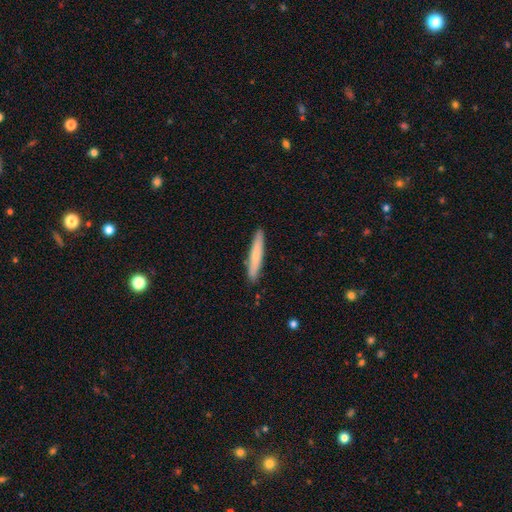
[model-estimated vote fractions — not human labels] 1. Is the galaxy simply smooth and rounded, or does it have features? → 70% smooth, 25% featured or disk, 6% star or artifact.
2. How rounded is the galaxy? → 94% cigar-shaped, 5% in between, 1% round.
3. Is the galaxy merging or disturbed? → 90% none, 7% minor disturbance, 1% major disturbance, 1% merger.